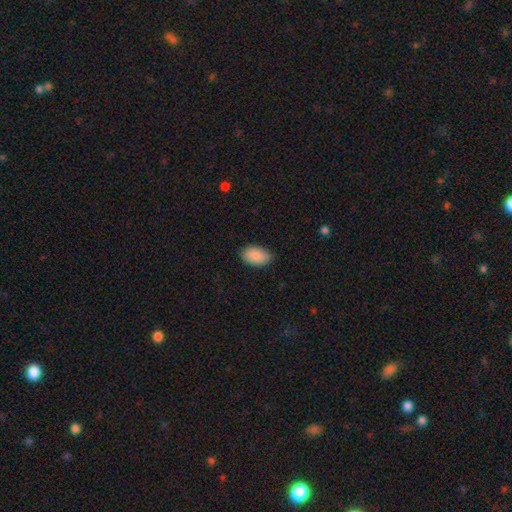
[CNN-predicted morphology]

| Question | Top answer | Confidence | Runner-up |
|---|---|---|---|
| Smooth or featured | smooth | 90% | star or artifact (6%) |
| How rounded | in between | 92% | round (6%) |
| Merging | none | 82% | minor disturbance (14%) |